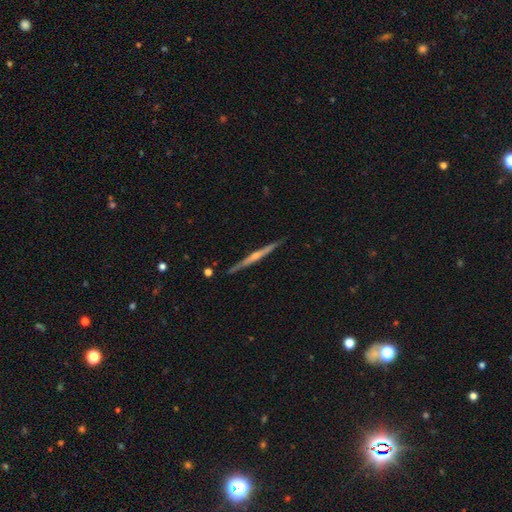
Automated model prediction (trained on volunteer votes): Q: Smooth or featured?
A: featured or disk (76%); runner-up: smooth (19%)
Q: Edge-on disk?
A: yes (98%); runner-up: no (2%)
Q: Edge-on bulge?
A: rounded (62%); runner-up: none (30%)
Q: Merging?
A: none (90%); runner-up: minor disturbance (7%)